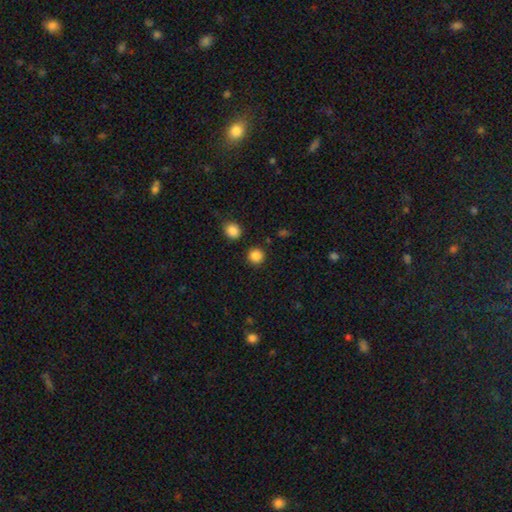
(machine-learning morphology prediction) Q: Smooth or featured?
A: smooth (86%); runner-up: star or artifact (11%)
Q: How rounded?
A: round (93%); runner-up: in between (6%)
Q: Merging?
A: none (89%); runner-up: minor disturbance (6%)